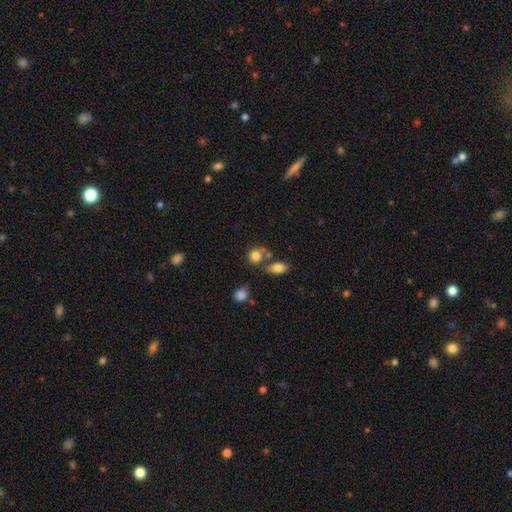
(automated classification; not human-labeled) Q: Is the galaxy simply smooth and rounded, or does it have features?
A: smooth — 81%.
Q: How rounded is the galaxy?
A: round — 76%.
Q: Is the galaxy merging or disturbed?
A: none — 57%.